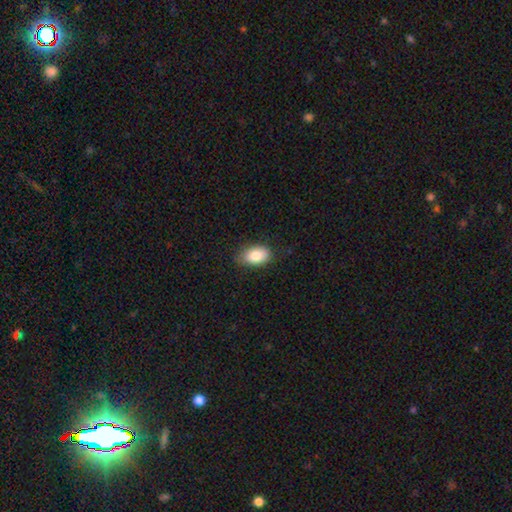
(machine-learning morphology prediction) Q: Smooth or featured?
A: smooth (85%); runner-up: featured or disk (8%)
Q: How rounded?
A: in between (90%); runner-up: round (9%)
Q: Merging?
A: none (80%); runner-up: minor disturbance (16%)